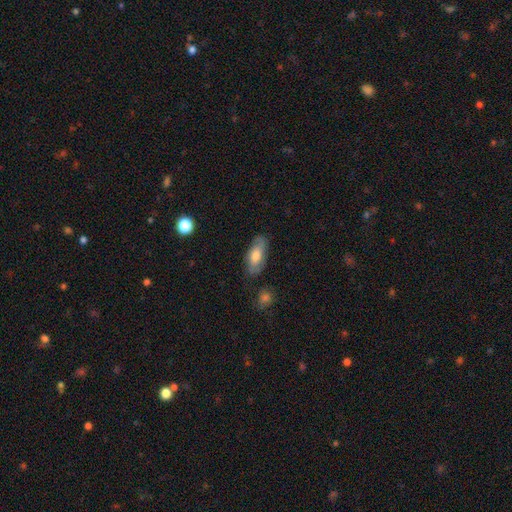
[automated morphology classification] Q: Smooth or featured?
A: smooth (62%); runner-up: featured or disk (32%)
Q: How rounded?
A: in between (82%); runner-up: cigar-shaped (15%)
Q: Merging?
A: none (76%); runner-up: minor disturbance (18%)